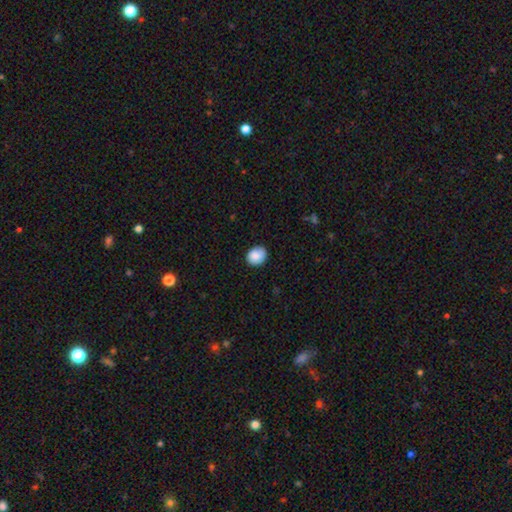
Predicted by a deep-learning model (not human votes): Overall: smooth (88%). How rounded: round (60%; in between 40%). Merging: none (84%).